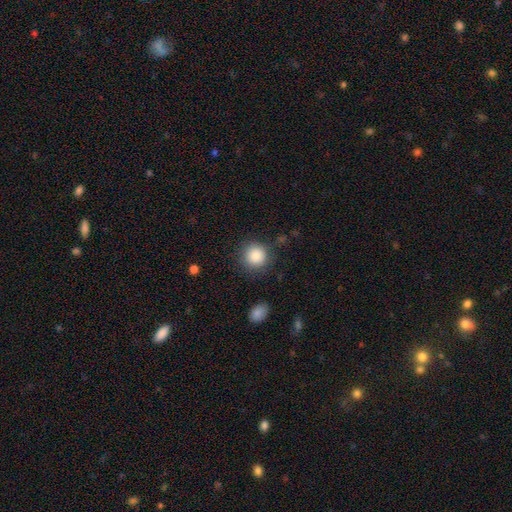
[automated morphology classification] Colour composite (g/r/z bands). It shows a smooth galaxy with no disk features (87%) that is round (92%). Merging: none (84%).